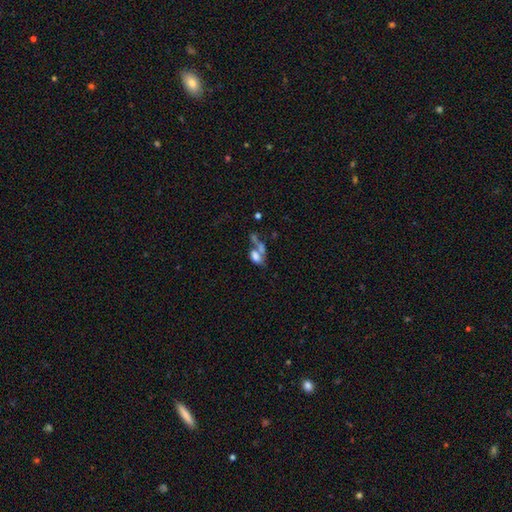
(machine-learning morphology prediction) Overall: smooth (63%; featured or disk 24%). How rounded: in between (81%). Merging: merger (53%; none 23%).